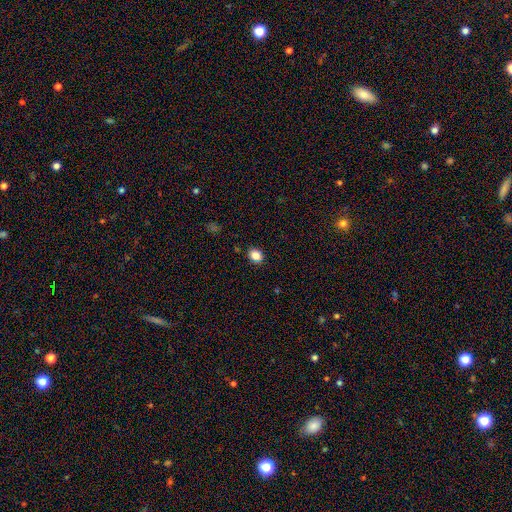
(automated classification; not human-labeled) Smooth or featured? smooth (84%)
How rounded? round (58%)
Merging? none (89%)